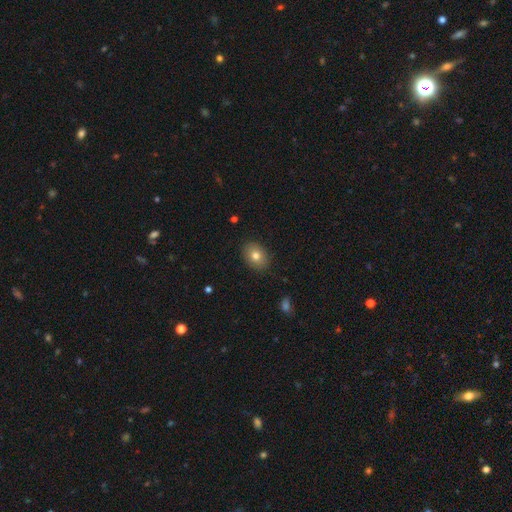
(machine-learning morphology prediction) smooth 78%, featured or disk 13%, star or artifact 9%. Down the decision tree: how rounded — in between (68%); merging — none (88%).